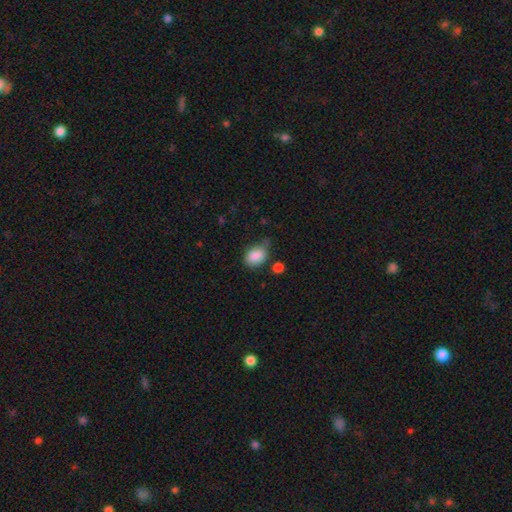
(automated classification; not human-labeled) smooth 86%, star or artifact 8%, featured or disk 6%. Down the decision tree: how rounded — in between (77%); merging — none (57%).